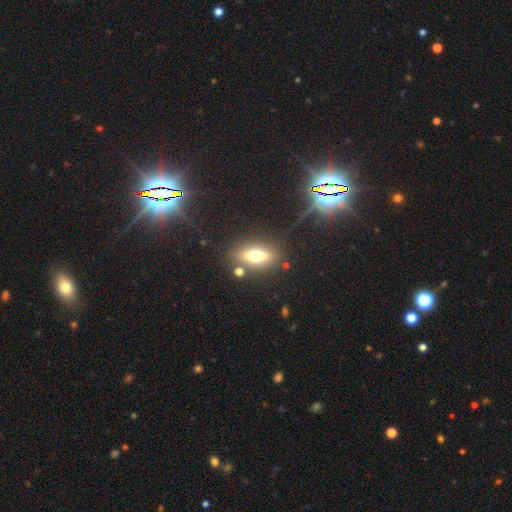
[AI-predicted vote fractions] smooth-or-featured: smooth: 58% | featured or disk: 30% | star or artifact: 12%
  how-rounded: in between: 67% | cigar-shaped: 28% | round: 5%
  merging: none: 80% | minor disturbance: 11% | merger: 5% | major disturbance: 4%